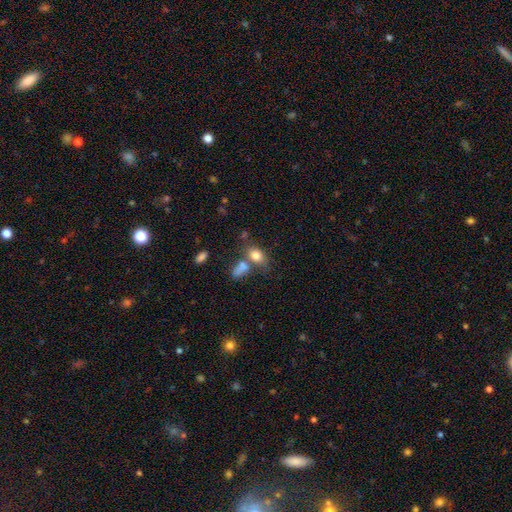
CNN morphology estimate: This appears to be a smooth galaxy with no disk features (80%) that is in between round and cigar-shaped (77%). Merging: none (44%).